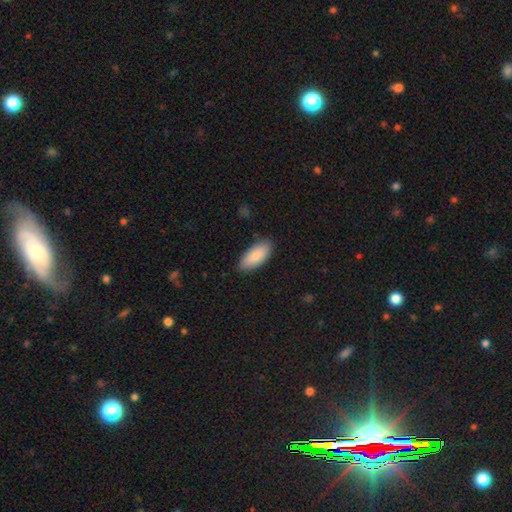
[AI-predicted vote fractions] smooth 86%, featured or disk 8%, star or artifact 6%. Down the decision tree: how rounded — in between (88%); merging — none (85%).